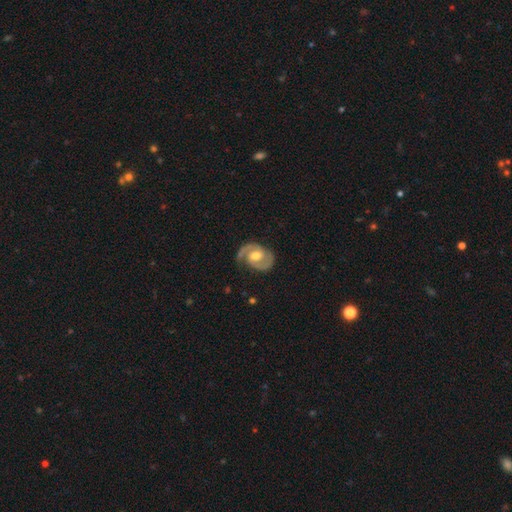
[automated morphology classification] Smooth or featured: featured or disk — 89% (smooth — 7%)
Edge-on disk: no — 98% (yes — 2%)
Bar: no — 46% (weak — 42%)
Spiral arms: yes — 97% (no — 3%)
Spiral winding: medium — 51% (tight — 38%)
Spiral arm count: 2 — 87% (1 — 7%)
Bulge size: moderate — 73% (small — 15%)
Merging: none — 75% (minor disturbance — 17%)